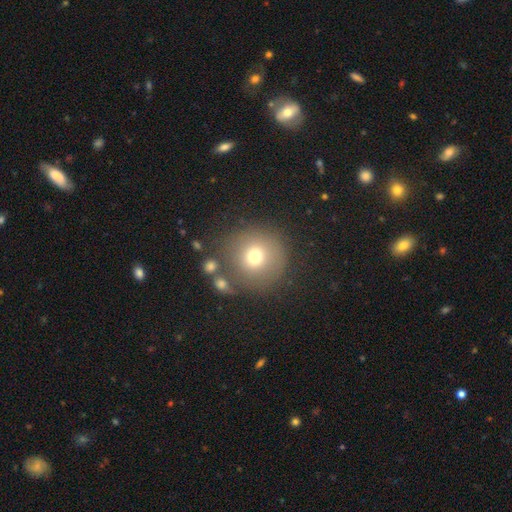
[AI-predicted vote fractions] A smooth galaxy with no disk features (71%) that is round (95%).

Vote fractions:
- Smooth or featured? smooth: 71% / featured or disk: 15% / star or artifact: 14%
- How rounded? round: 95% / in between: 4% / cigar-shaped: 1%
- Merging? none: 76% / minor disturbance: 11% / merger: 8% / major disturbance: 6%